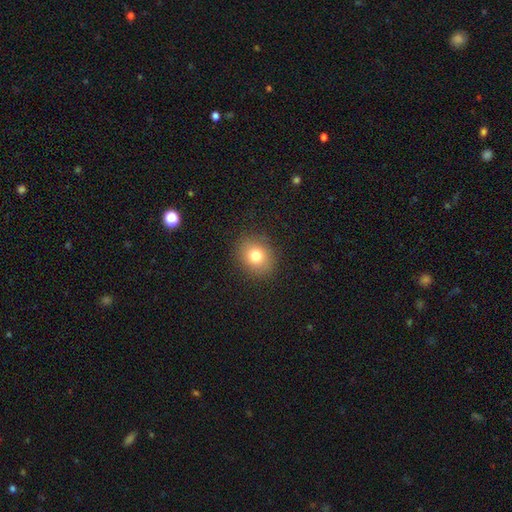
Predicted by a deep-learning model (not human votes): Q: Smooth or featured?
A: smooth (79%); runner-up: star or artifact (11%)
Q: How rounded?
A: round (64%); runner-up: in between (35%)
Q: Merging?
A: none (88%); runner-up: minor disturbance (8%)